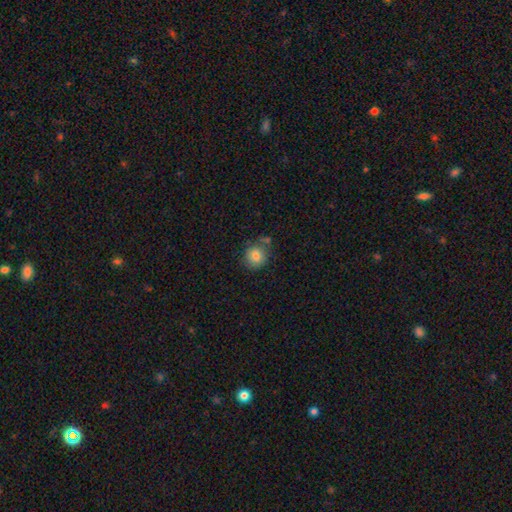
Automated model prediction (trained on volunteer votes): smooth 81%, star or artifact 10%, featured or disk 9%. Down the decision tree: how rounded — round (86%); merging — none (68%).